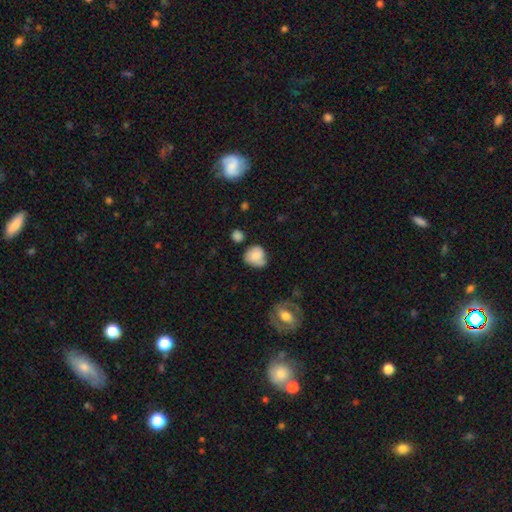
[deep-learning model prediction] This is likely a smooth galaxy (71%). How rounded: likely round (71%). Merging: possibly none (50%).